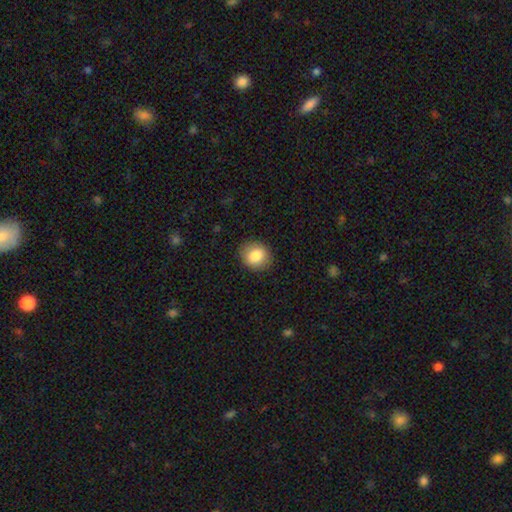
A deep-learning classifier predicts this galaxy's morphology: Smooth or featured? Predicted: smooth (p=0.84). How rounded? Predicted: round (p=0.71). Merging? Predicted: none (p=0.87).